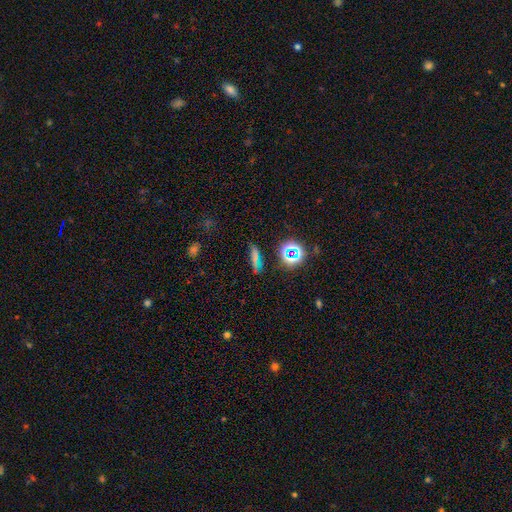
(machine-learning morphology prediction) type=smooth (51%); roundness=cigar-shaped (63%); merging=none (78%).